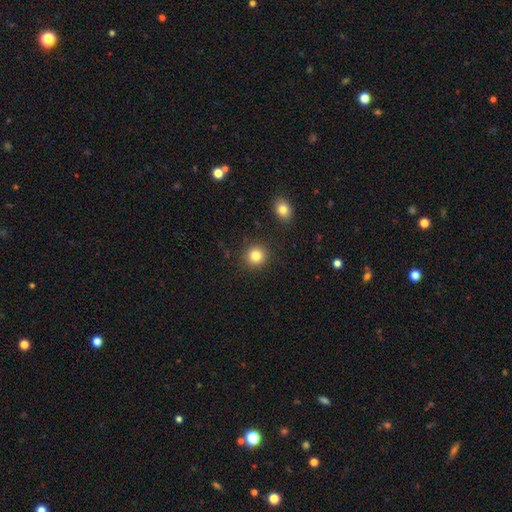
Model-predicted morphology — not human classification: This appears to be a smooth galaxy with no disk features (83%) that is round (90%). Merging: none (89%).